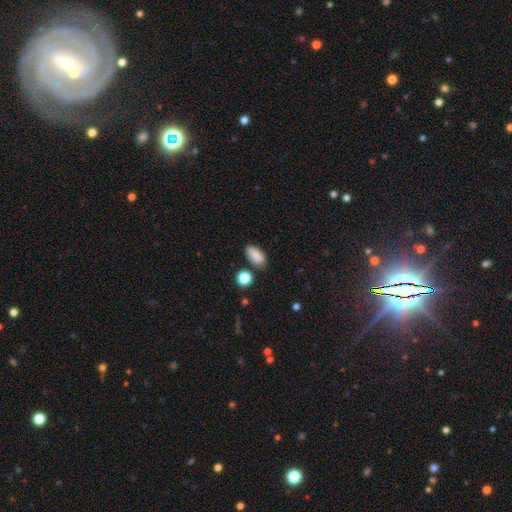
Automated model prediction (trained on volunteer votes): Smooth or featured: smooth — 85% (star or artifact — 9%)
How rounded: in between — 91% (round — 5%)
Merging: none — 76% (minor disturbance — 15%)